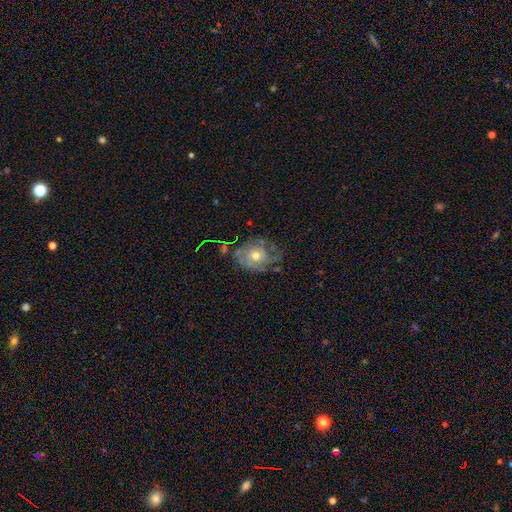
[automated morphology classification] This is likely a featured or disk galaxy (67%). It is clearly not viewed edge-on (96%). Bar: clearly no (86%). Spiral arm pattern: likely yes (73%). Central bulge: likely moderate (67%). Merging: possibly none (52%).